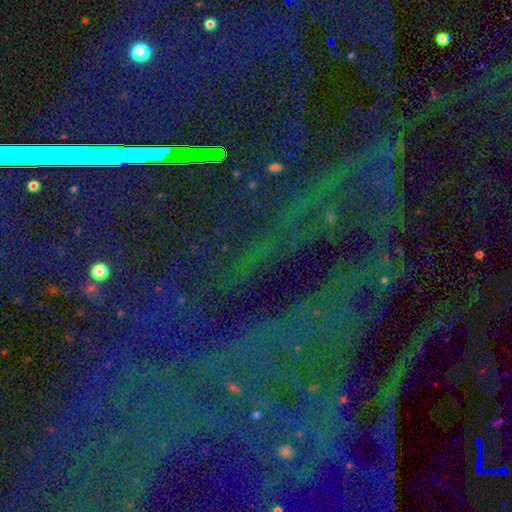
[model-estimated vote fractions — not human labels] A star or artifact, not a galaxy (85%).